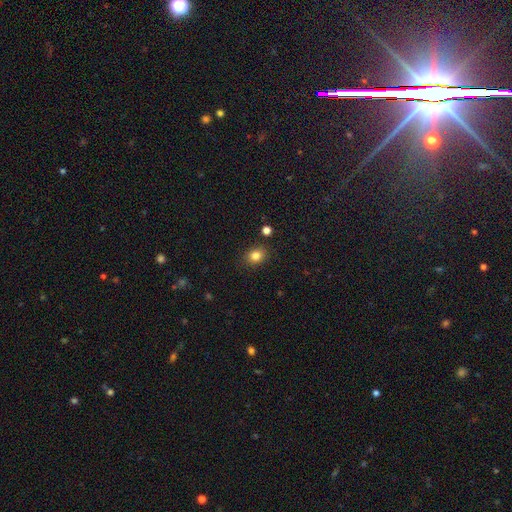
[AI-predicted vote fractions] smooth_or_featured: smooth (p=0.82) [alt: star or artifact p=0.12]
how_rounded: round (p=0.56) [alt: in between p=0.43]
merging: none (p=0.85) [alt: minor disturbance p=0.10]